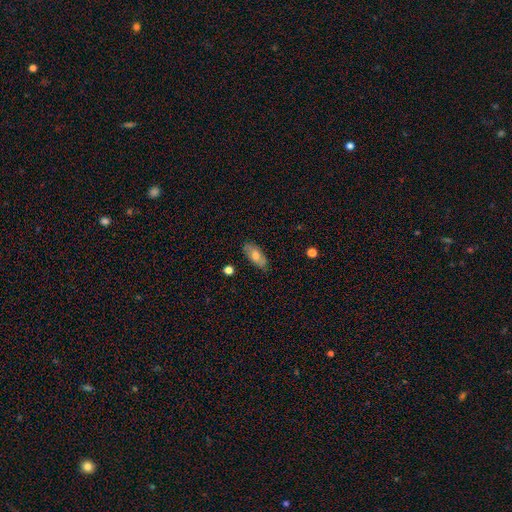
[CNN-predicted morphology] Smooth or featured?
  - smooth: 64% *
  - featured or disk: 29%
  - star or artifact: 7%
How rounded?
  - in between: 84% *
  - cigar-shaped: 13%
  - round: 3%
Merging?
  - none: 83% *
  - minor disturbance: 13%
  - major disturbance: 2%
  - merger: 2%